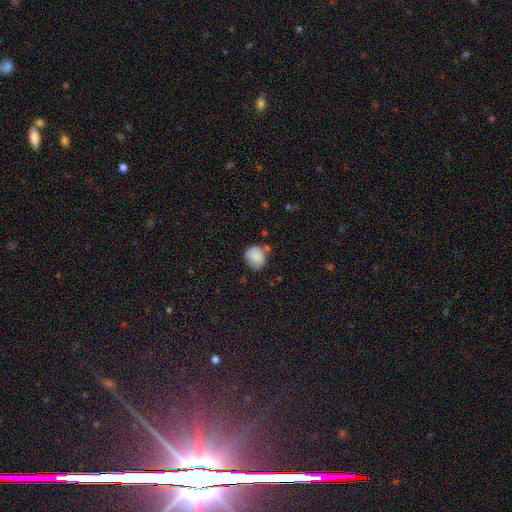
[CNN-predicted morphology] smooth 86%, star or artifact 8%, featured or disk 6%. Down the decision tree: how rounded — round (75%); merging — none (63%).